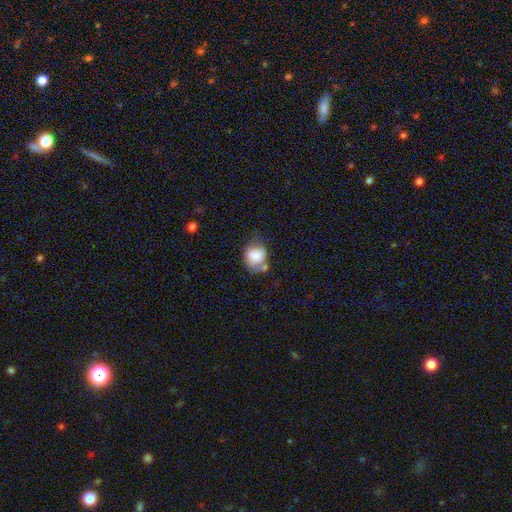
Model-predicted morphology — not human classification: smooth_or_featured: smooth (p=0.79) [alt: featured or disk p=0.12]
how_rounded: round (p=0.59) [alt: in between p=0.40]
merging: none (p=0.44) [alt: minor disturbance p=0.28]